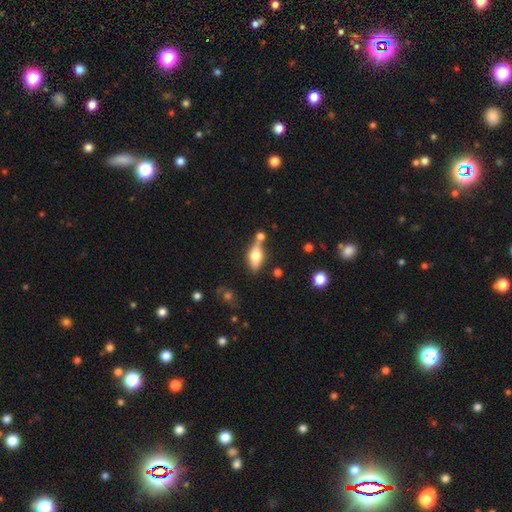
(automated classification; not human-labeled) Q: Smooth or featured?
A: smooth (58%); runner-up: featured or disk (34%)
Q: How rounded?
A: in between (74%); runner-up: cigar-shaped (21%)
Q: Merging?
A: none (59%); runner-up: merger (20%)